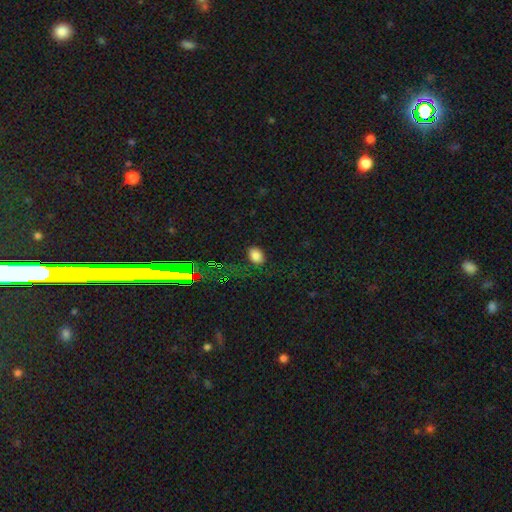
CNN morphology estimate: A smooth galaxy with no disk features (80%) that is in between round and cigar-shaped (77%).

Vote fractions:
- Smooth or featured? smooth: 80% / star or artifact: 15% / featured or disk: 5%
- How rounded? in between: 77% / round: 22% / cigar-shaped: 1%
- Merging? none: 86% / minor disturbance: 10% / major disturbance: 3% / merger: 1%